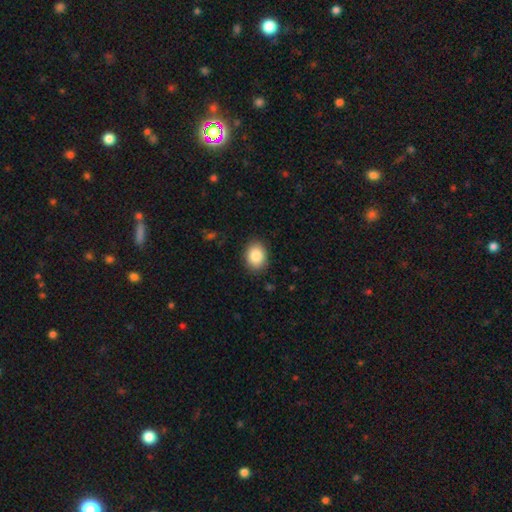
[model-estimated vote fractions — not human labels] Morphology: type=smooth (87%); roundness=in between (63%); merging=none (88%).